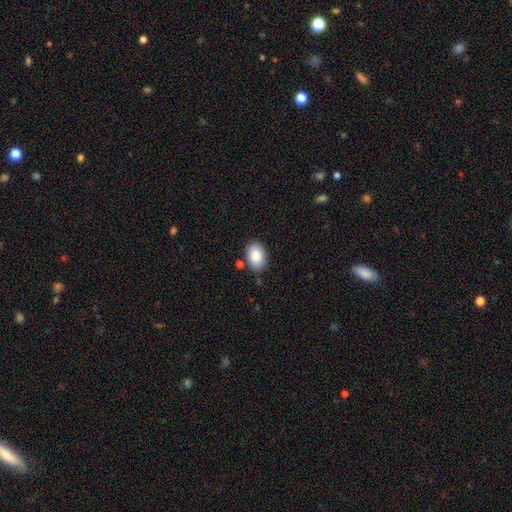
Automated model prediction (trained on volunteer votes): Smooth or featured: smooth — 85% (featured or disk — 8%)
How rounded: in between — 87% (round — 12%)
Merging: none — 83% (minor disturbance — 11%)